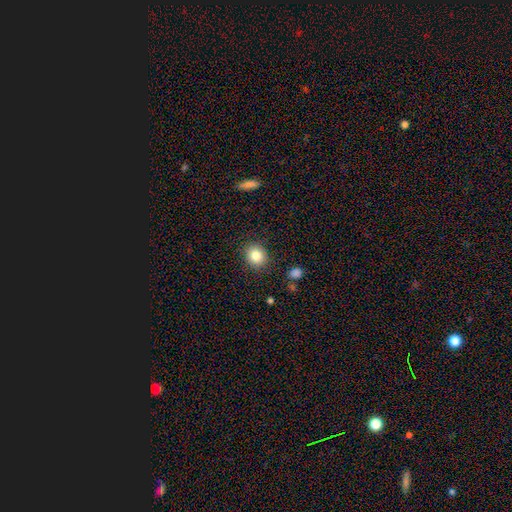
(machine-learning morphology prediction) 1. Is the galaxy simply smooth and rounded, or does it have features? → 83% smooth, 10% star or artifact, 7% featured or disk.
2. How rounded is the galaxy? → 79% round, 20% in between, 1% cigar-shaped.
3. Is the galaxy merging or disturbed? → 89% none, 8% minor disturbance, 2% major disturbance, 1% merger.